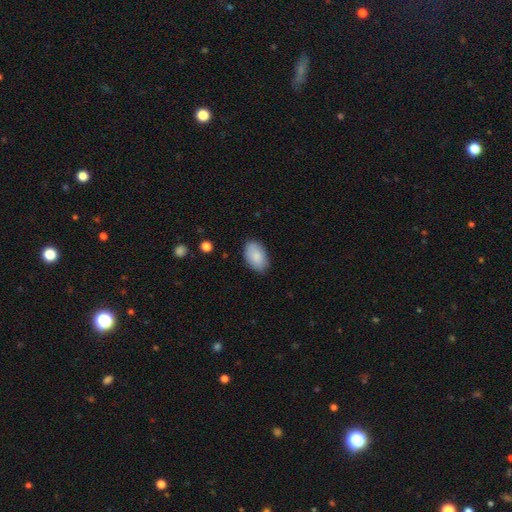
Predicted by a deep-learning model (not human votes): A smooth galaxy with no disk features (86%) that is in between round and cigar-shaped (93%).

Vote fractions:
- Smooth or featured? smooth: 86% / featured or disk: 8% / star or artifact: 6%
- How rounded? in between: 93% / round: 5% / cigar-shaped: 1%
- Merging? none: 83% / minor disturbance: 13% / major disturbance: 3% / merger: 1%